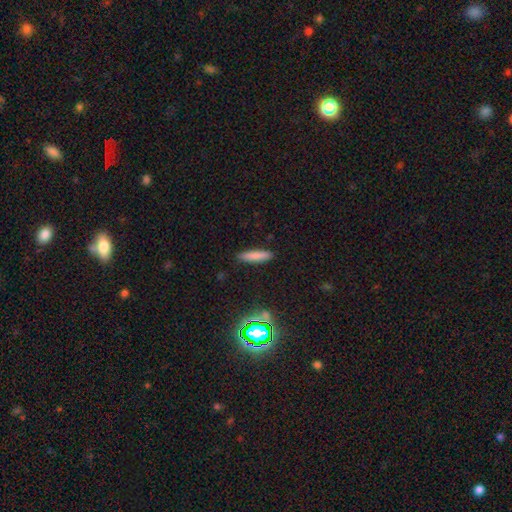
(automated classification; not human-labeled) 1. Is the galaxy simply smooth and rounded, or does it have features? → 80% smooth, 10% star or artifact, 10% featured or disk.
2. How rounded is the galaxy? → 83% cigar-shaped, 16% in between, 2% round.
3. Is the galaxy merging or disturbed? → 90% none, 7% minor disturbance, 2% major disturbance, 1% merger.